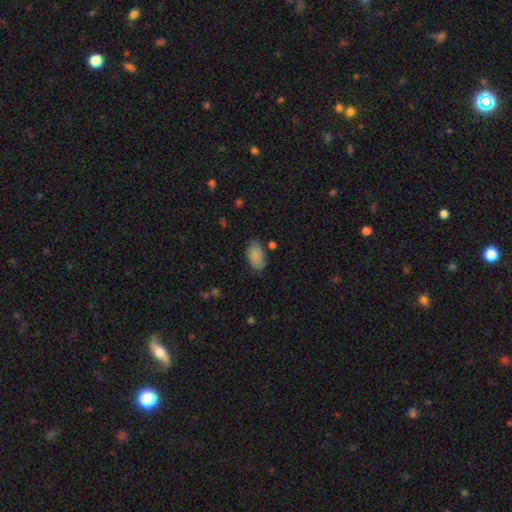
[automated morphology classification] Smooth or featured?
  - smooth: 86% *
  - star or artifact: 7%
  - featured or disk: 6%
How rounded?
  - in between: 93% *
  - round: 5%
  - cigar-shaped: 2%
Merging?
  - none: 74% *
  - minor disturbance: 18%
  - major disturbance: 4%
  - merger: 3%